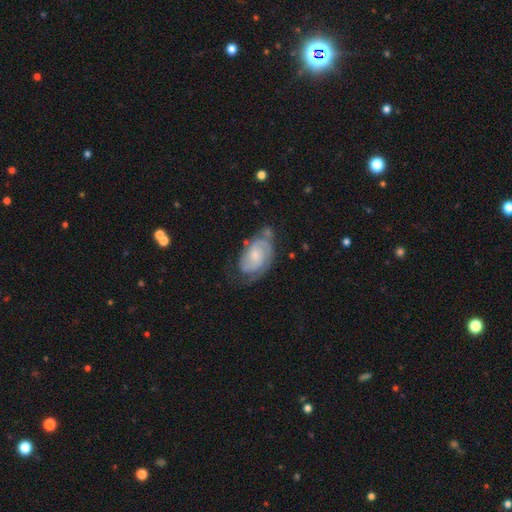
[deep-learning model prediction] This is likely a featured or disk galaxy (79%). It is clearly not viewed edge-on (97%). Bar: likely no (66%). Spiral arm pattern: clearly yes (94%). Spiral arm count: likely 2 (64%). Spiral winding: possibly tight (58%). Central bulge: possibly small (55%). Merging: possibly none (59%).